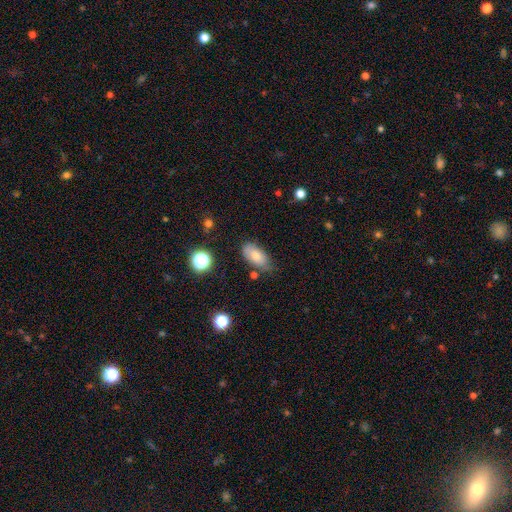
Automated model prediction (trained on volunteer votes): This is likely a smooth galaxy (76%). How rounded: clearly in between (90%). Merging: likely none (67%).